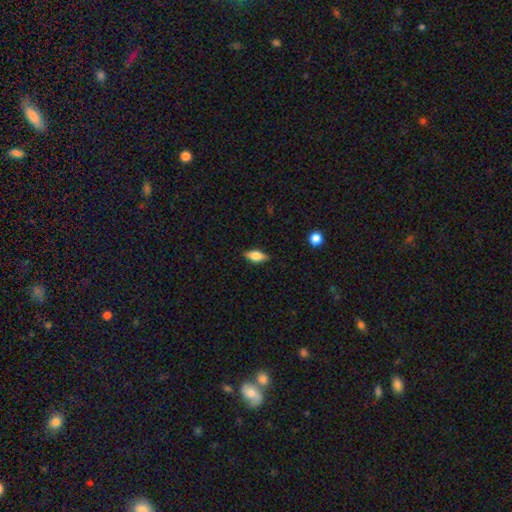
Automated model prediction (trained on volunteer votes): Q: Smooth or featured?
A: smooth (66%); runner-up: featured or disk (26%)
Q: How rounded?
A: in between (81%); runner-up: cigar-shaped (15%)
Q: Merging?
A: none (84%); runner-up: minor disturbance (13%)